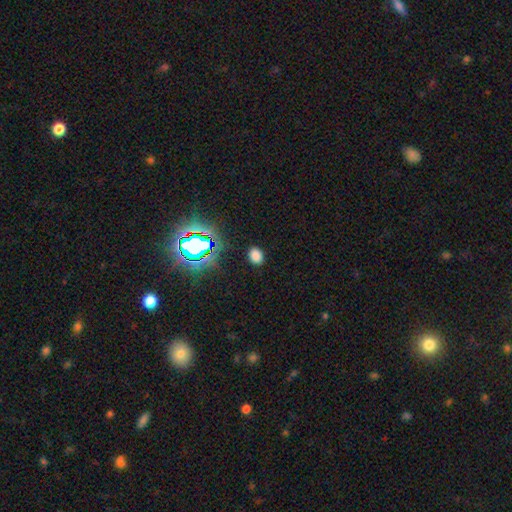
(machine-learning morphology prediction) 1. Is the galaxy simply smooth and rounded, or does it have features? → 74% smooth, 21% star or artifact, 5% featured or disk.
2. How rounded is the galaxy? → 69% in between, 30% round, 1% cigar-shaped.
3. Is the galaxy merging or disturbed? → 87% none, 9% minor disturbance, 3% major disturbance, 1% merger.